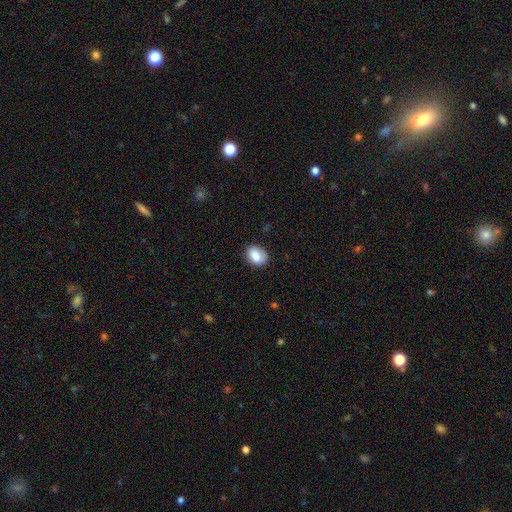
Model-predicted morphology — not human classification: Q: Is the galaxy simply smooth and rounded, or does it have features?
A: smooth — 86%.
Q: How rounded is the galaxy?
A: in between — 73%.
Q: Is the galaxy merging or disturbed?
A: none — 79%.